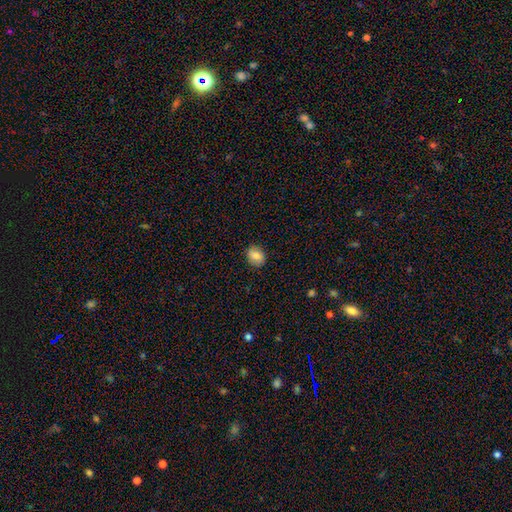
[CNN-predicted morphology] Smooth or featured?
  - smooth: 84% *
  - star or artifact: 8%
  - featured or disk: 8%
How rounded?
  - in between: 56% *
  - round: 43%
  - cigar-shaped: 1%
Merging?
  - none: 86% *
  - minor disturbance: 10%
  - major disturbance: 2%
  - merger: 1%